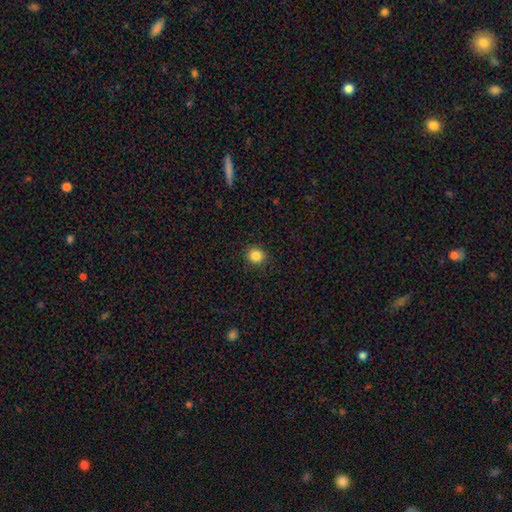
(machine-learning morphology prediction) This appears to be a smooth galaxy with no disk features (85%) that is round (88%). Merging: none (91%).